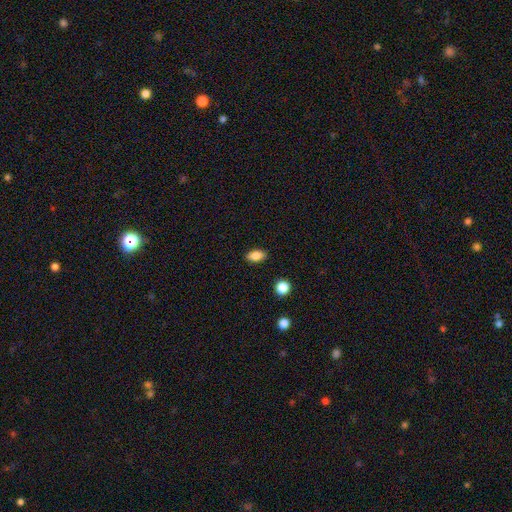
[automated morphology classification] type=smooth (85%); roundness=in between (89%); merging=none (88%).